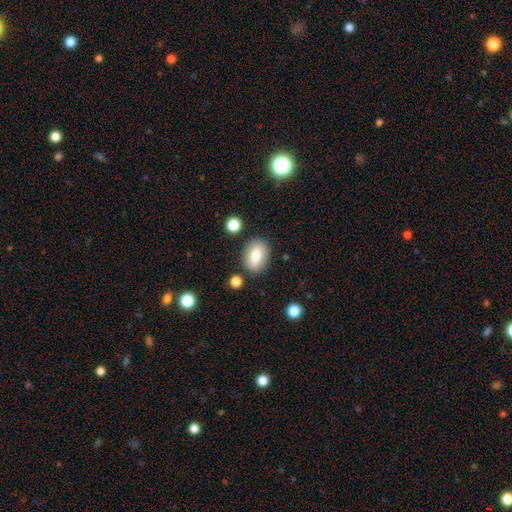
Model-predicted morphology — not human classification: Overall: smooth (80%). How rounded: in between (83%). Merging: none (80%).